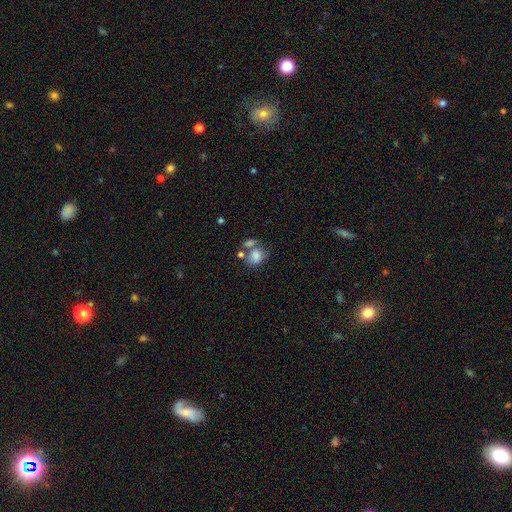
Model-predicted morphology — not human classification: Smooth or featured: smooth — 76% (featured or disk — 14%)
How rounded: in between — 57% (round — 41%)
Merging: merger — 44% (none — 31%)